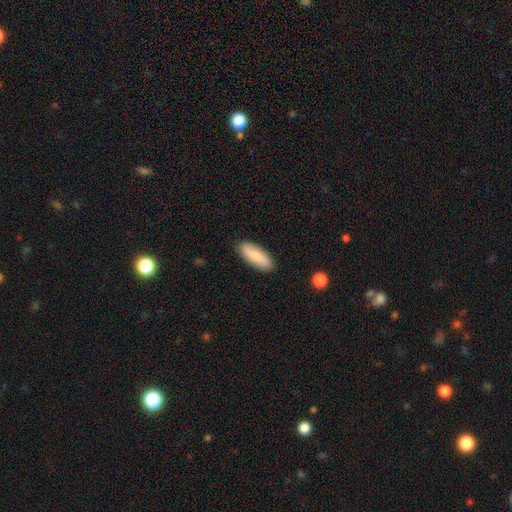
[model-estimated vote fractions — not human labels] smooth 77%, featured or disk 17%, star or artifact 5%. Down the decision tree: how rounded — in between (68%); merging — none (88%).